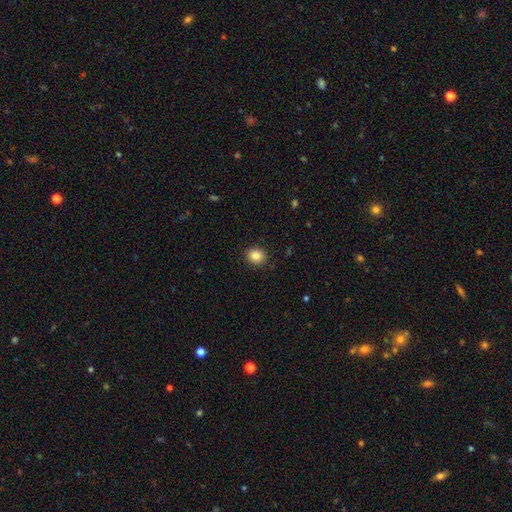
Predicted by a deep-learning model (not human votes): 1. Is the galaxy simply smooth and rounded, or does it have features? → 85% smooth, 10% star or artifact, 5% featured or disk.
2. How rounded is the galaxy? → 72% round, 27% in between, 1% cigar-shaped.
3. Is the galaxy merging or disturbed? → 89% none, 8% minor disturbance, 2% major disturbance, 1% merger.